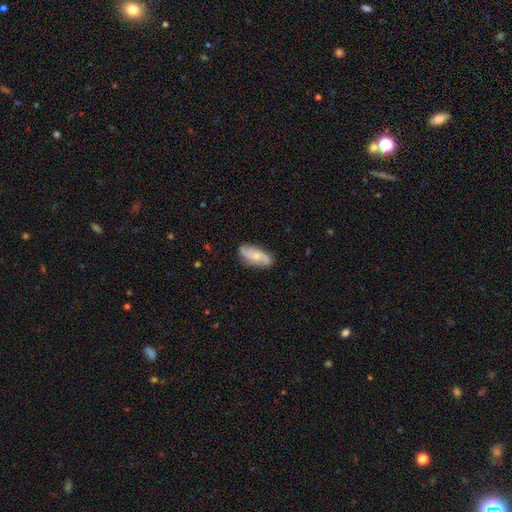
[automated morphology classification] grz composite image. It shows a featured or disk galaxy (51%). Merging: none (76%).